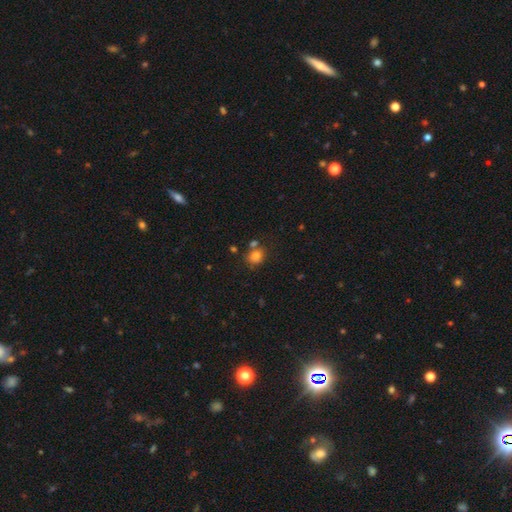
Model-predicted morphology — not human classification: smooth_or_featured: smooth (p=0.79) [alt: star or artifact p=0.13]
how_rounded: round (p=0.74) [alt: in between p=0.25]
merging: none (p=0.66) [alt: merger p=0.17]